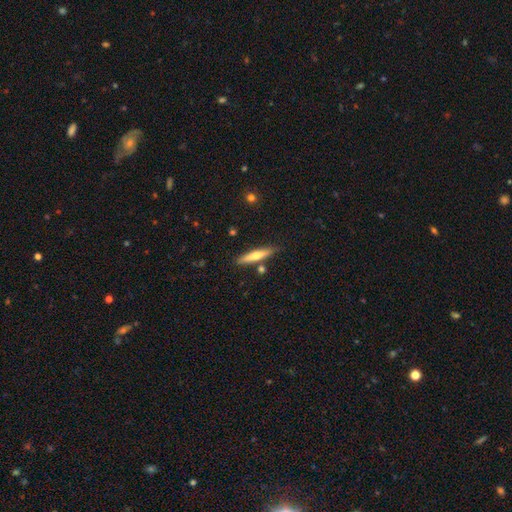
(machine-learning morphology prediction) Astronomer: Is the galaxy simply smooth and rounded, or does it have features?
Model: featured or disk — 47%, tied with smooth at 47%.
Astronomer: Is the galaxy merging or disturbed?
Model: none — 83%.